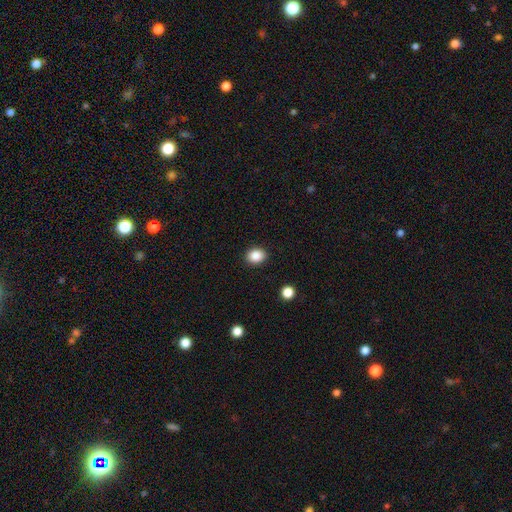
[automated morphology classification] Smooth or featured? Predicted: smooth (p=0.87). How rounded? Predicted: round (p=0.53). Merging? Predicted: none (p=0.90).